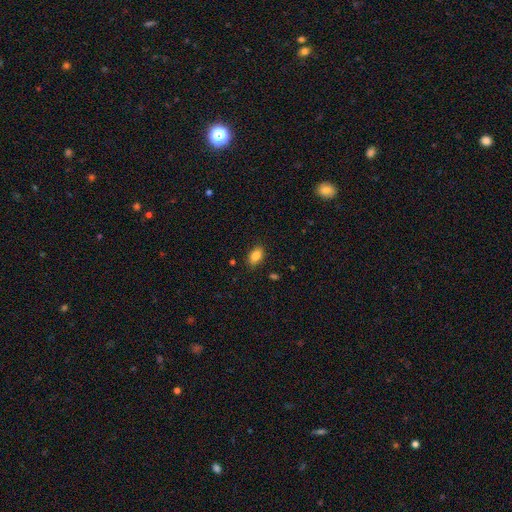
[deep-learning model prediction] Smooth or featured: smooth — 86% (star or artifact — 9%)
How rounded: in between — 85% (round — 14%)
Merging: none — 85% (minor disturbance — 11%)